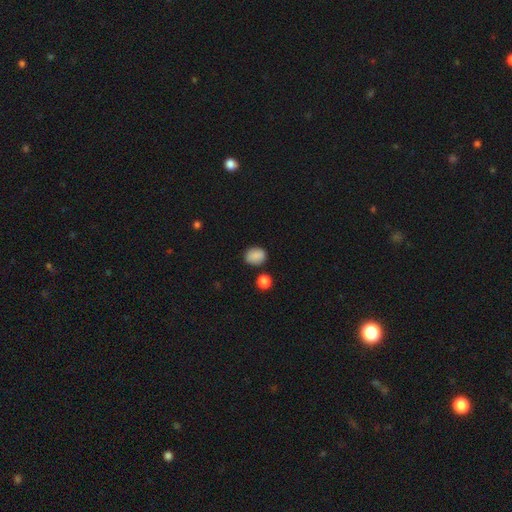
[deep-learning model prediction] A smooth galaxy with no disk features (86%) that is in between round and cigar-shaped (53%). Merging: none (81%).